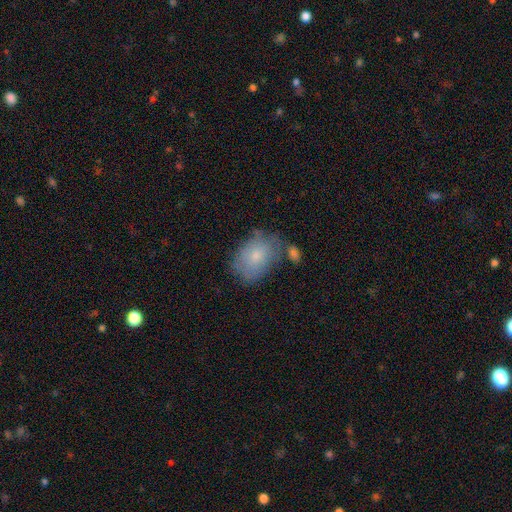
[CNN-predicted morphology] Q: Smooth or featured?
A: smooth (73%); runner-up: featured or disk (19%)
Q: How rounded?
A: in between (78%); runner-up: round (21%)
Q: Merging?
A: none (59%); runner-up: minor disturbance (22%)